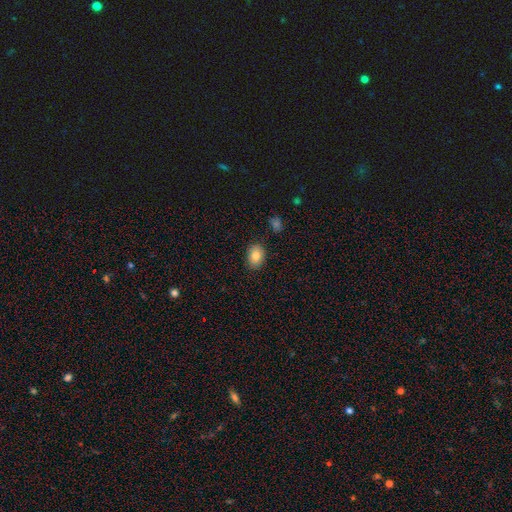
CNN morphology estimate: Smooth or featured? smooth (84%)
How rounded? in between (73%)
Merging? none (87%)